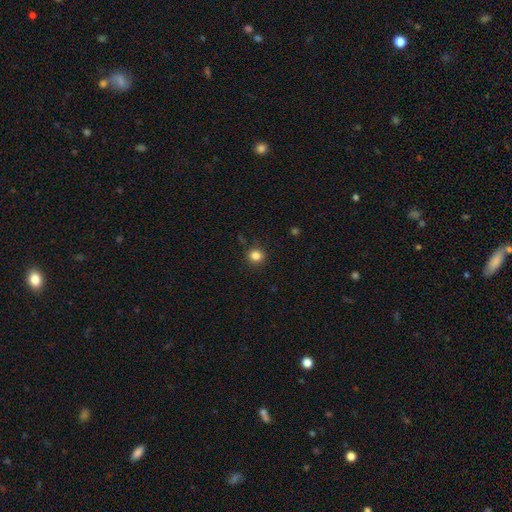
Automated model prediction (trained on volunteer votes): A smooth galaxy with no disk features (83%) that is round (86%).

Vote fractions:
- Smooth or featured? smooth: 83% / star or artifact: 12% / featured or disk: 5%
- How rounded? round: 86% / in between: 13% / cigar-shaped: 1%
- Merging? none: 88% / minor disturbance: 8% / major disturbance: 2% / merger: 1%